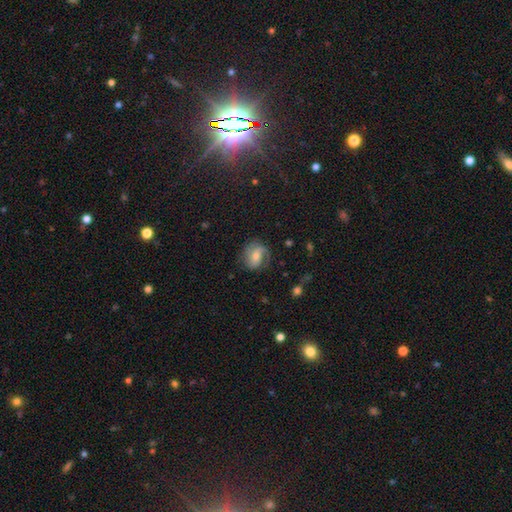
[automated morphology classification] smooth-or-featured: featured or disk: 58% | smooth: 32% | star or artifact: 11%
  disk-edge-on: no: 97% | yes: 3%
    bar: weak: 42% | no: 40% | strong: 18%
    has-spiral-arms: yes: 86% | no: 14%
    bulge-size: moderate: 52% | small: 39% | large: 5% | none: 3% | dominant: 1%
  merging: none: 69% | minor disturbance: 20% | major disturbance: 10% | merger: 1%